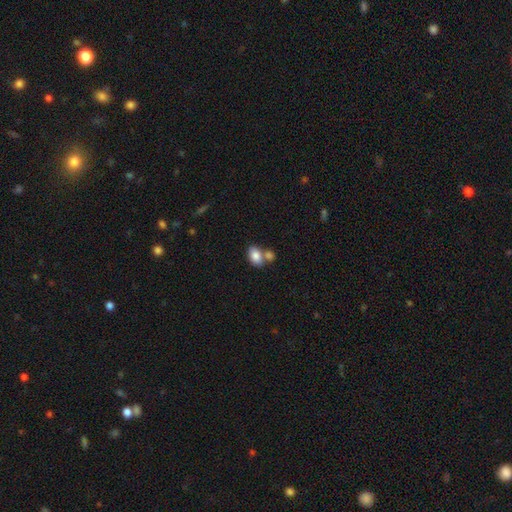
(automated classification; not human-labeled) Smooth or featured? smooth (83%)
How rounded? in between (86%)
Merging? none (44%)